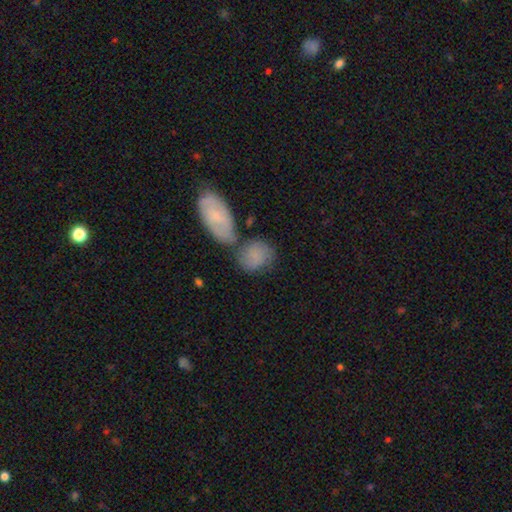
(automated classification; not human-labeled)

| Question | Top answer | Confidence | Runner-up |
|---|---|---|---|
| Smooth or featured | smooth | 63% | featured or disk (29%) |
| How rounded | round | 50% | in between (47%) |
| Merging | none | 46% | merger (30%) |